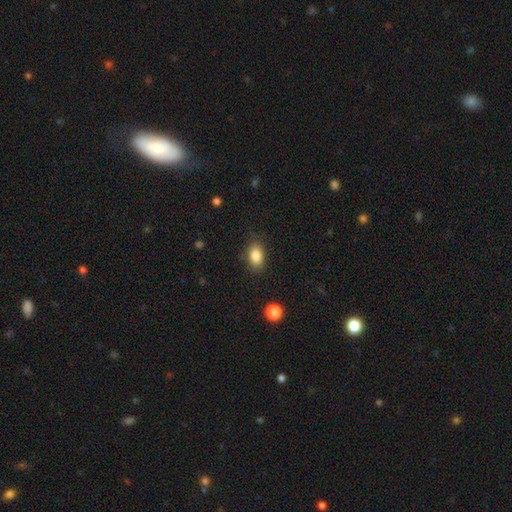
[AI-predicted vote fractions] Morphology: type=smooth (85%); roundness=in between (87%); merging=none (84%).